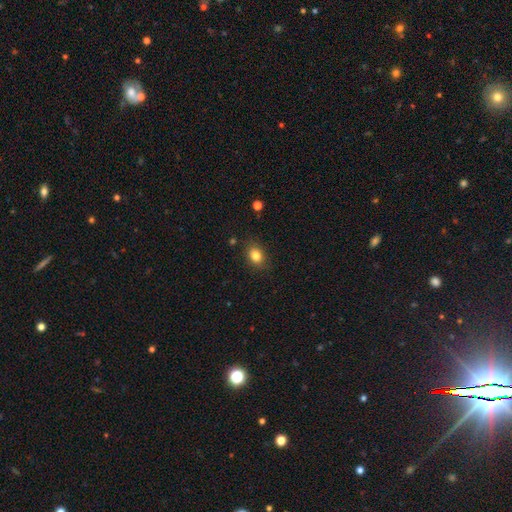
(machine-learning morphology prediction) smooth_or_featured: smooth (p=0.83) [alt: star or artifact p=0.10]
how_rounded: in between (p=0.63) [alt: round p=0.36]
merging: none (p=0.84) [alt: minor disturbance p=0.11]